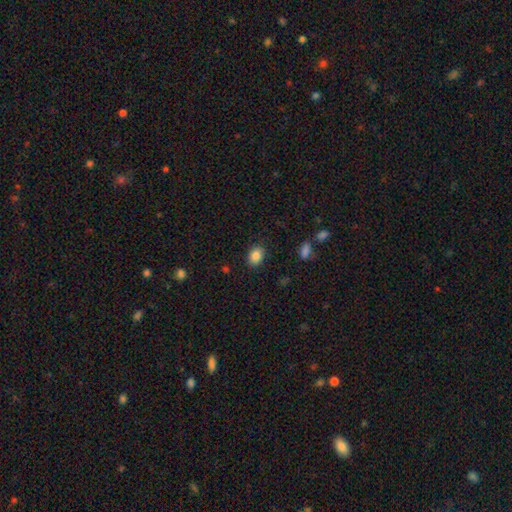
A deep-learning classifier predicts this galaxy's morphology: Smooth or featured: smooth — 85% (star or artifact — 9%)
How rounded: in between — 66% (round — 33%)
Merging: none — 87% (minor disturbance — 9%)